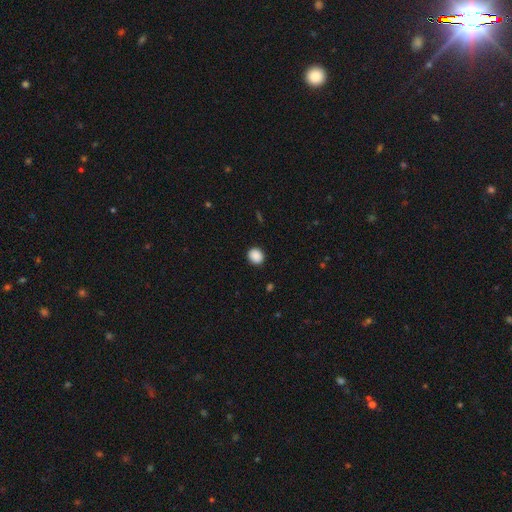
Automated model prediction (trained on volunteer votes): smooth-or-featured: smooth: 89% | star or artifact: 9% | featured or disk: 2%
  how-rounded: round: 75% | in between: 24% | cigar-shaped: 1%
  merging: none: 91% | minor disturbance: 6% | major disturbance: 2% | merger: 1%